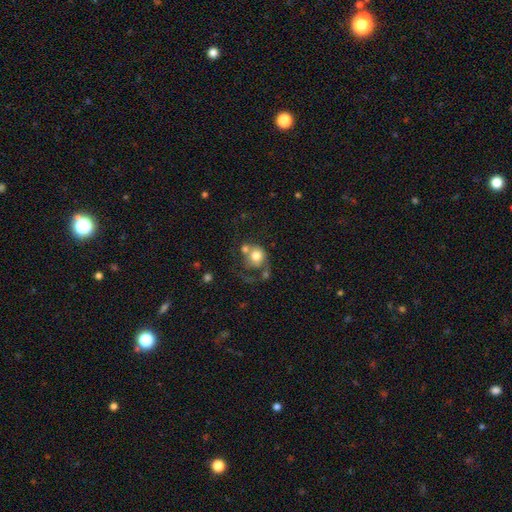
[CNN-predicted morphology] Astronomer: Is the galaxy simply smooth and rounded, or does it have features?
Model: smooth — 70%.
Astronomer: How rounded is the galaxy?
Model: round — 76%.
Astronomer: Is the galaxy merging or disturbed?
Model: merger — 35% (runner-up: none, 30%).